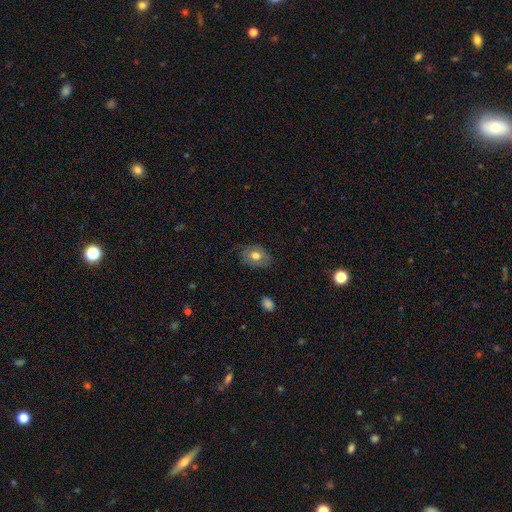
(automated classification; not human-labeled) A smooth galaxy with no disk features (68%) that is in between round and cigar-shaped (72%). Merging: none (71%).